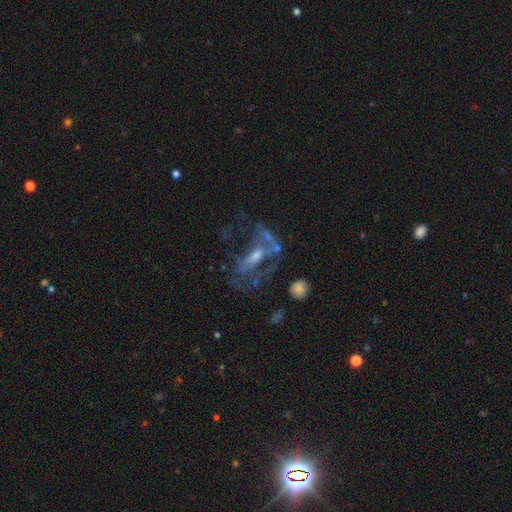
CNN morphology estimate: smooth-or-featured: featured or disk: 65% | star or artifact: 20% | smooth: 15%
  disk-edge-on: no: 89% | yes: 11%
    bar: no: 44% | weak: 35% | strong: 21%
    has-spiral-arms: yes: 57% | no: 43%
    bulge-size: small: 44% | moderate: 39% | none: 11% | large: 4% | dominant: 2%
  merging: none: 37% | major disturbance: 30% | merger: 19% | minor disturbance: 15%